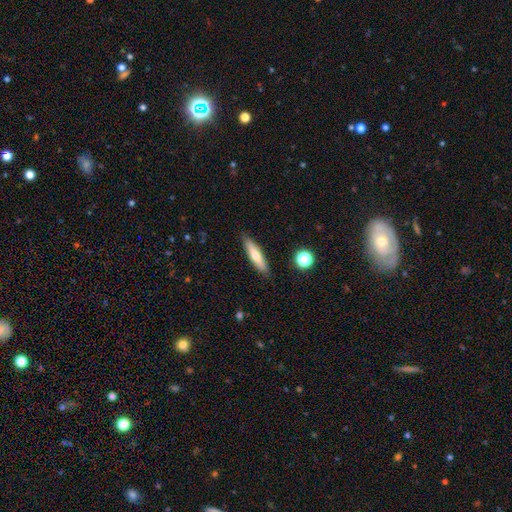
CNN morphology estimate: smooth-or-featured: smooth: 61% | featured or disk: 33% | star or artifact: 7%
  how-rounded: cigar-shaped: 76% | in between: 22% | round: 2%
  merging: none: 87% | minor disturbance: 9% | major disturbance: 2% | merger: 1%